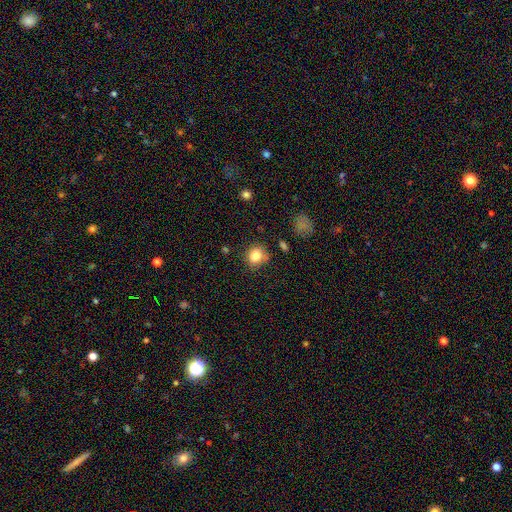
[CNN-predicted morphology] A smooth galaxy with no disk features (83%) that is round (73%). Merging: none (75%).